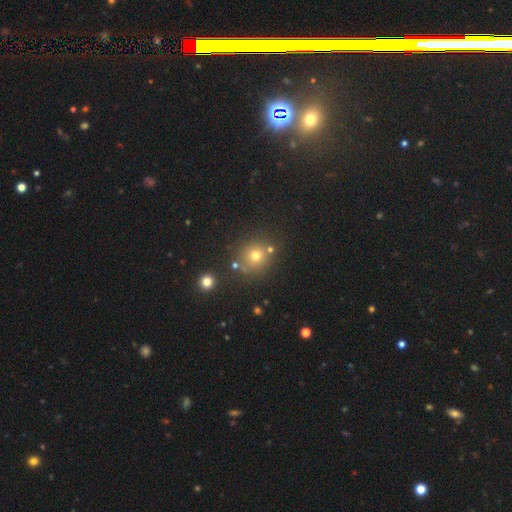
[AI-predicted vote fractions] Q: Smooth or featured?
A: smooth (68%); runner-up: star or artifact (23%)
Q: How rounded?
A: round (90%); runner-up: in between (9%)
Q: Merging?
A: none (77%); runner-up: merger (11%)